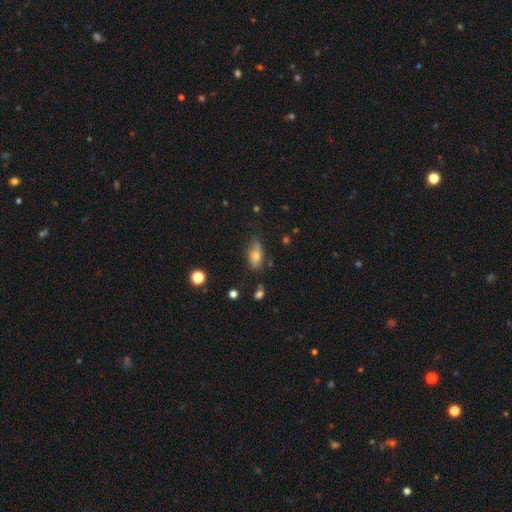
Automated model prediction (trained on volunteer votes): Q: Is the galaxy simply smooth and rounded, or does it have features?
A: smooth — 65%.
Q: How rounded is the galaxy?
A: in between — 79%.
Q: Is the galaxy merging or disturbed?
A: none — 66%.